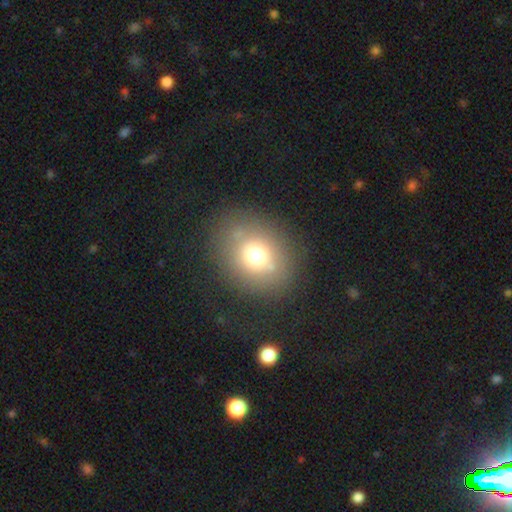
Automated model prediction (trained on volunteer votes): This is likely a smooth galaxy (70%). How rounded: likely round (64%). Merging: likely none (76%).